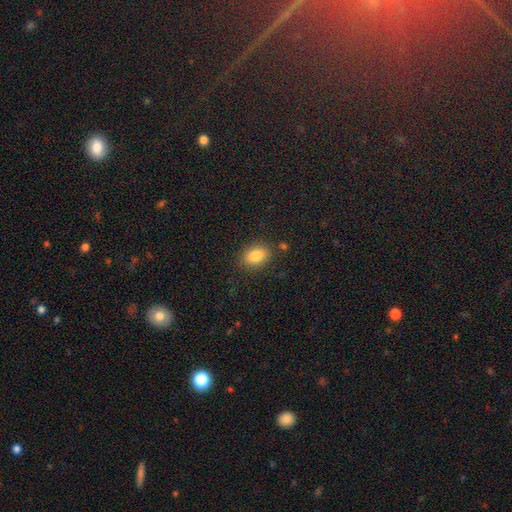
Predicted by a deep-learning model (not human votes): This is clearly a smooth galaxy (85%). How rounded: likely in between (77%). Merging: clearly none (84%).